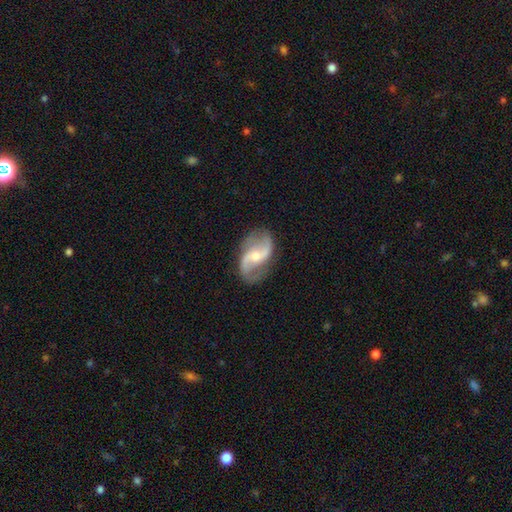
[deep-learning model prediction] Overall: featured or disk (89%). Edge-on disk: no (97%). Bar: weak (43%; no 38%). Spiral arms: yes (97%). Spiral arm count: 2 (93%). Spiral winding: loose (61%; medium 32%). Bulge size: moderate (50%; small 45%). Merging: none (79%).